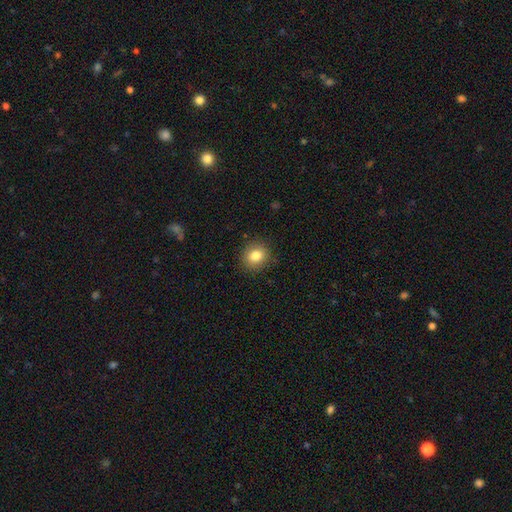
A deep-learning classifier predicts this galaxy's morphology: Smooth or featured?
  - smooth: 83% *
  - star or artifact: 10%
  - featured or disk: 7%
How rounded?
  - round: 79% *
  - in between: 20%
  - cigar-shaped: 1%
Merging?
  - none: 89% *
  - minor disturbance: 8%
  - major disturbance: 2%
  - merger: 1%